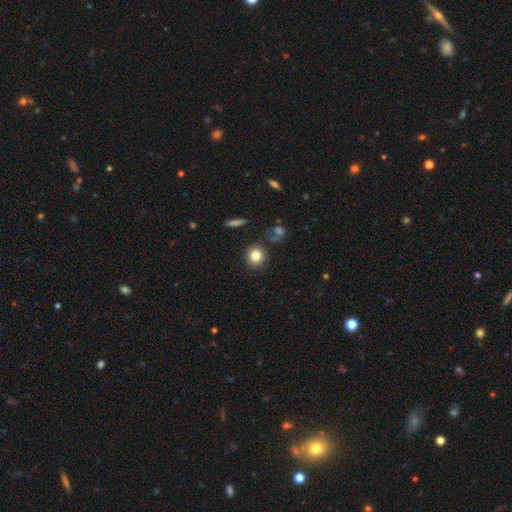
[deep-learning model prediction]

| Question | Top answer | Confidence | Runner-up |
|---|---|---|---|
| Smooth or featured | smooth | 81% | star or artifact (11%) |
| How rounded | round | 88% | in between (11%) |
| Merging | none | 87% | minor disturbance (8%) |